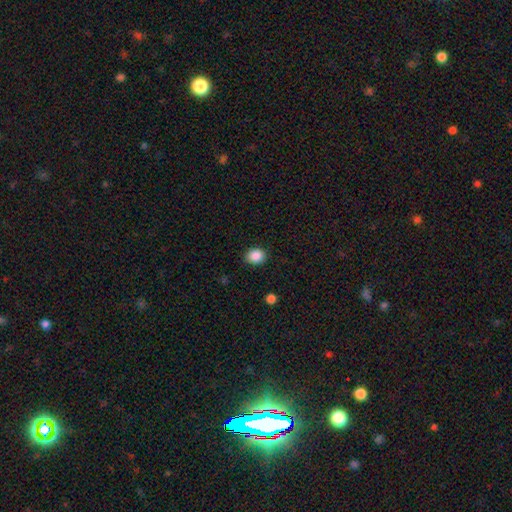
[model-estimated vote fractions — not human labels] The model was most divided on "how rounded": round: 64%, in between: 35%, cigar-shaped: 1%. More confident: merging — none (88%); smooth or featured — smooth (88%).